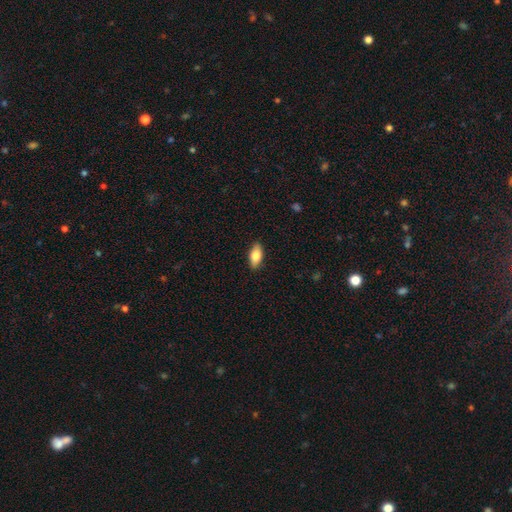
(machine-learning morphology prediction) A smooth galaxy with no disk features (78%) that is in between round and cigar-shaped (87%). Merging: none (89%).